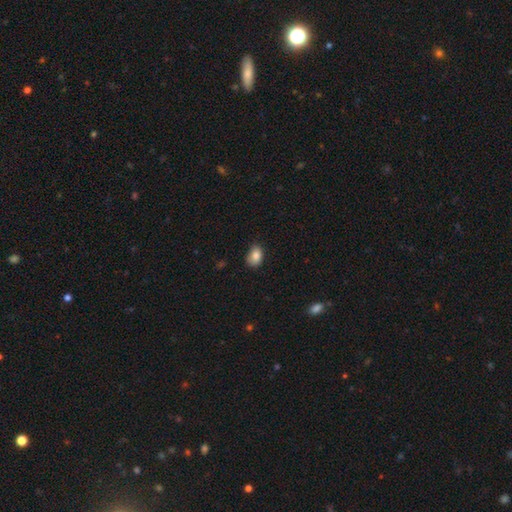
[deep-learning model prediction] Smooth or featured? smooth (85%)
How rounded? in between (78%)
Merging? none (70%)